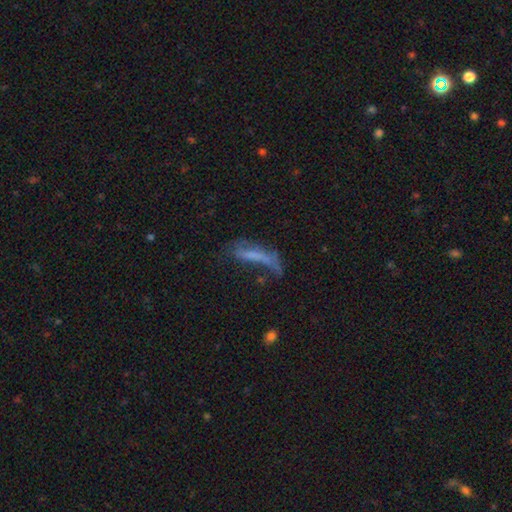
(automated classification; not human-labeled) smooth 47%, featured or disk 40%, star or artifact 13%. Down the decision tree: merging — major disturbance (41%).